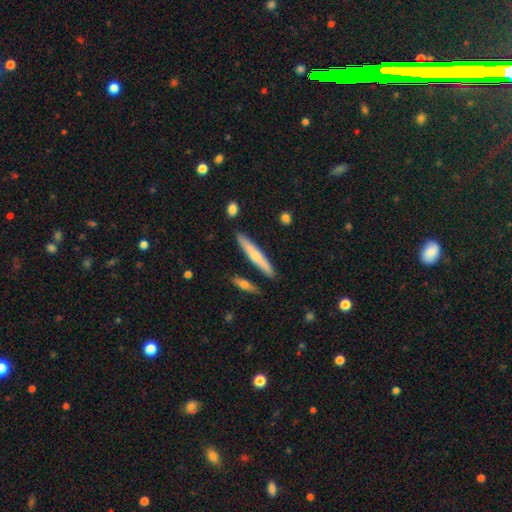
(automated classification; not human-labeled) Overall: smooth (55%; featured or disk 39%). How rounded: cigar-shaped (93%). Merging: none (86%).